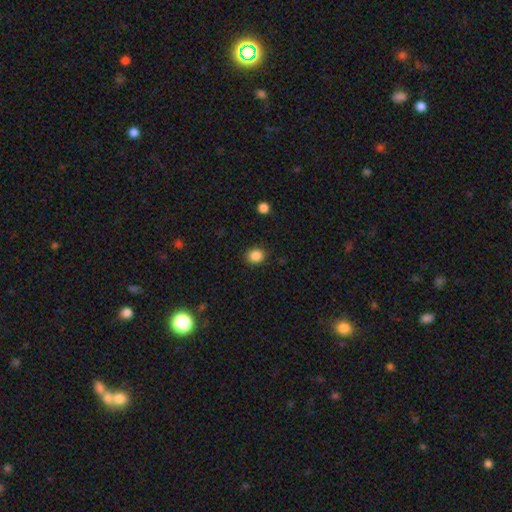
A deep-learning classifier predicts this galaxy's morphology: Q: Smooth or featured?
A: smooth (87%); runner-up: star or artifact (10%)
Q: How rounded?
A: round (69%); runner-up: in between (30%)
Q: Merging?
A: none (90%); runner-up: minor disturbance (7%)